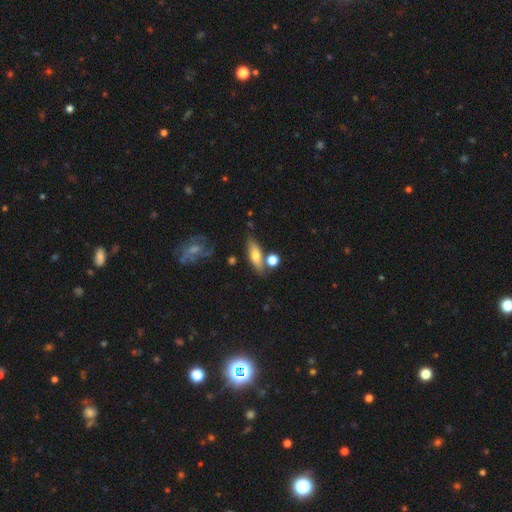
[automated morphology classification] Smooth or featured? smooth (61%)
How rounded? in between (50%)
Merging? none (69%)